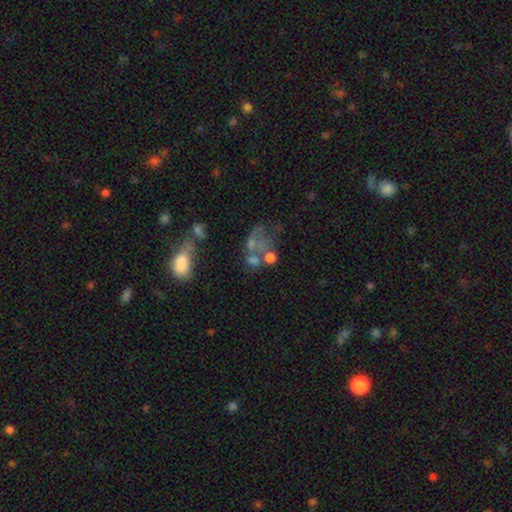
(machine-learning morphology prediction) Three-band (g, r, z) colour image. It shows a featured or disk galaxy (42%). Merging: merger (36%).